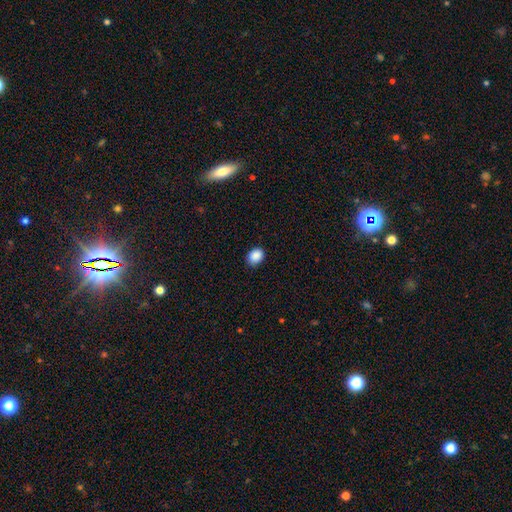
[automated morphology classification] smooth 89%, star or artifact 8%, featured or disk 2%. Down the decision tree: how rounded — in between (54%); merging — none (84%).